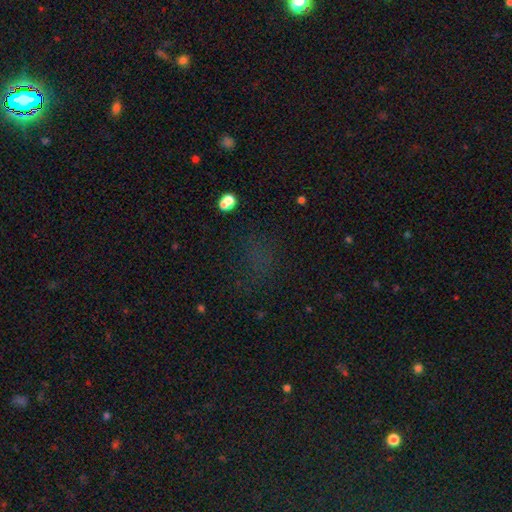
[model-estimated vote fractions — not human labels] A star or artifact, not a galaxy (57%).

Vote fractions:
- Smooth or featured? star or artifact: 57% / smooth: 32% / featured or disk: 11%